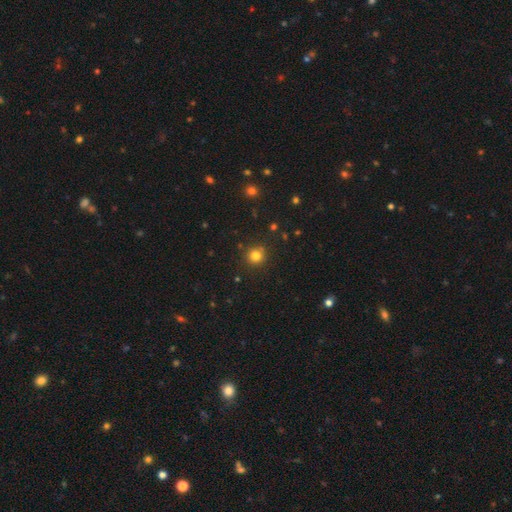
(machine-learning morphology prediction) This is likely a smooth galaxy (80%). How rounded: clearly round (93%). Merging: clearly none (86%).